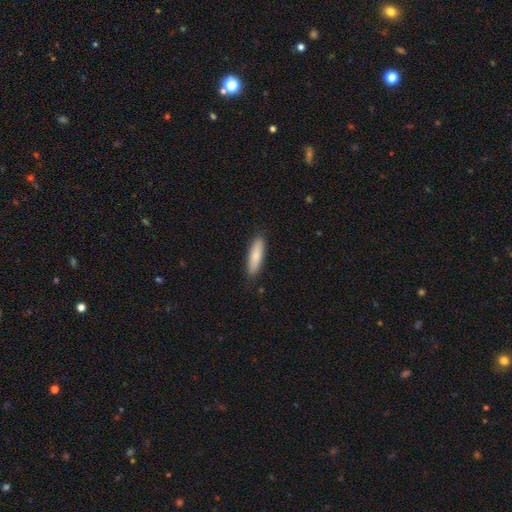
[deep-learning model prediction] A smooth galaxy with no disk features (82%) that is cigar-shaped (68%). Merging: none (88%).